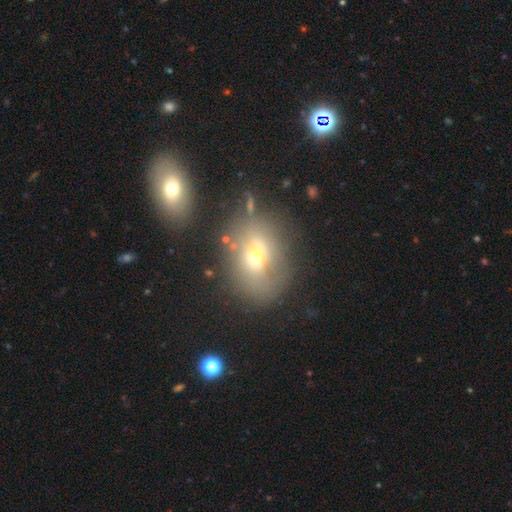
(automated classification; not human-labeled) Q: Smooth or featured?
A: smooth (51%); runner-up: featured or disk (33%)
Q: How rounded?
A: in between (64%); runner-up: round (33%)
Q: Merging?
A: none (63%); runner-up: minor disturbance (18%)